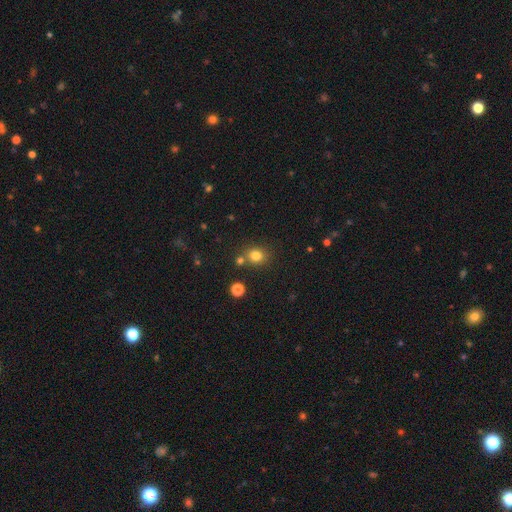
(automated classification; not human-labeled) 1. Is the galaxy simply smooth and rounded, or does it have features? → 79% smooth, 15% star or artifact, 6% featured or disk.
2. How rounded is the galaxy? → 75% round, 24% in between, 1% cigar-shaped.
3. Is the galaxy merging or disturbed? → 73% none, 14% merger, 10% minor disturbance, 3% major disturbance.